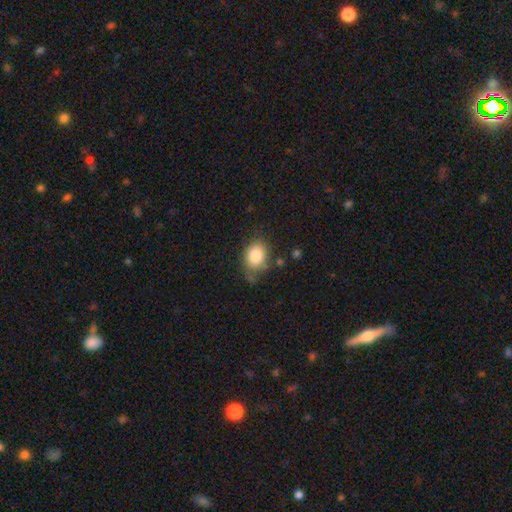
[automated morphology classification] A smooth galaxy with no disk features (84%) that is in between round and cigar-shaped (62%).

Vote fractions:
- Smooth or featured? smooth: 84% / star or artifact: 8% / featured or disk: 8%
- How rounded? in between: 62% / round: 37% / cigar-shaped: 1%
- Merging? none: 64% / minor disturbance: 25% / major disturbance: 7% / merger: 4%